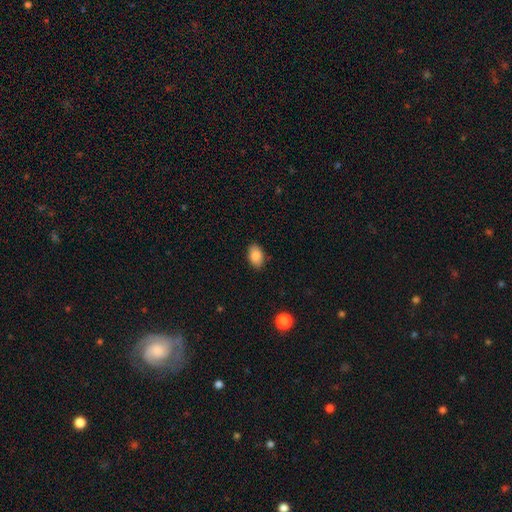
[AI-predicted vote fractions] Smooth or featured? smooth (88%)
How rounded? in between (90%)
Merging? none (87%)